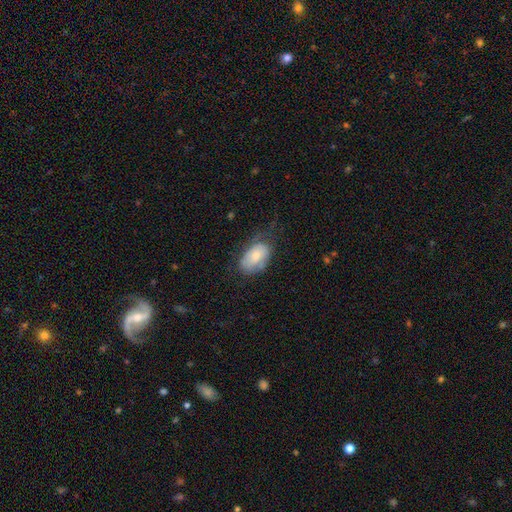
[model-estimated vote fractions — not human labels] smooth_or_featured: smooth (p=0.67) [alt: featured or disk p=0.27]
how_rounded: in between (p=0.92) [alt: round p=0.07]
merging: none (p=0.45) [alt: minor disturbance p=0.34]